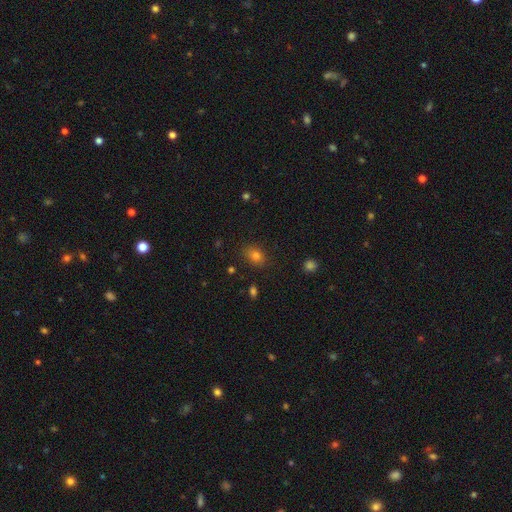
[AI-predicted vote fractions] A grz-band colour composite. It shows a smooth galaxy with no disk features (79%) that is in between round and cigar-shaped (68%). Merging: none (81%).